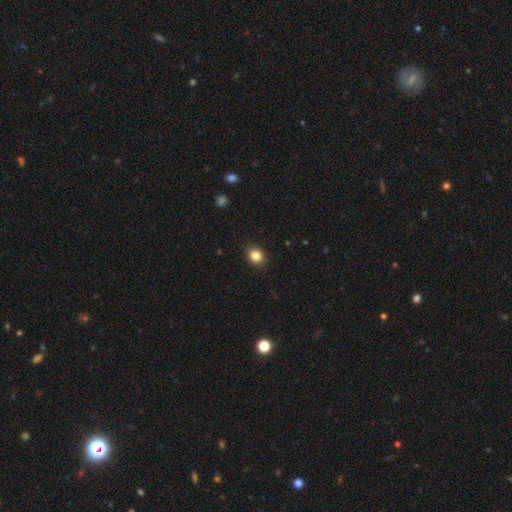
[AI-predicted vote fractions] Smooth or featured?
  - smooth: 85% *
  - star or artifact: 10%
  - featured or disk: 5%
How rounded?
  - round: 63% *
  - in between: 36%
  - cigar-shaped: 1%
Merging?
  - none: 89% *
  - minor disturbance: 8%
  - major disturbance: 2%
  - merger: 1%